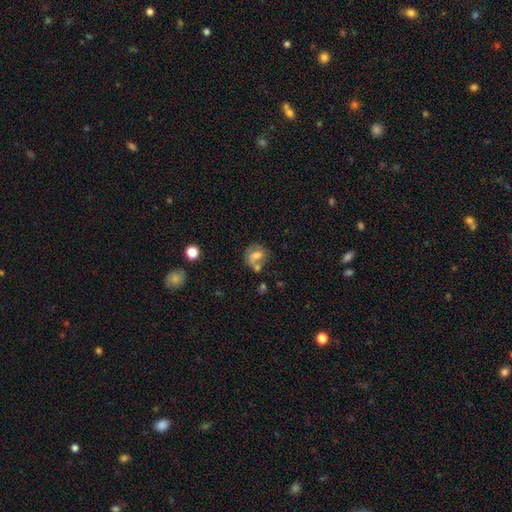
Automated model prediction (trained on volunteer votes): Smooth or featured? Predicted: smooth (p=0.53). How rounded? Predicted: round (p=0.56). Merging? Predicted: none (p=0.43).